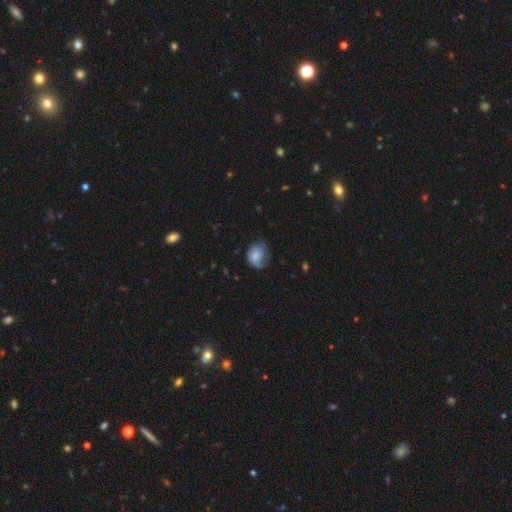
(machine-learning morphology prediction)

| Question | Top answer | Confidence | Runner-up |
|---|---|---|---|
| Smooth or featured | smooth | 69% | featured or disk (23%) |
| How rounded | round | 53% | in between (46%) |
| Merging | none | 44% | minor disturbance (35%) |